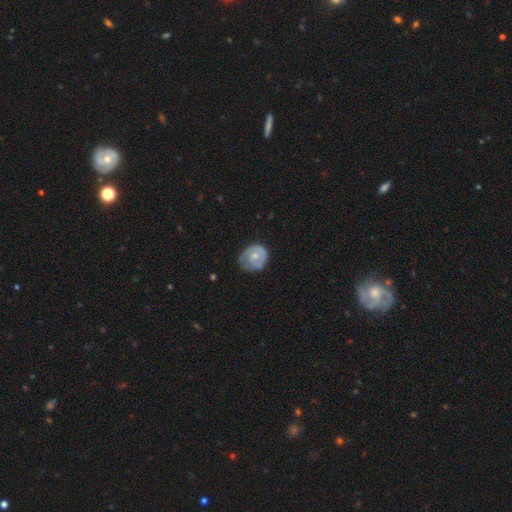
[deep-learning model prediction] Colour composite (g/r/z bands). It shows a featured or disk galaxy (51%). Merging: none (51%).